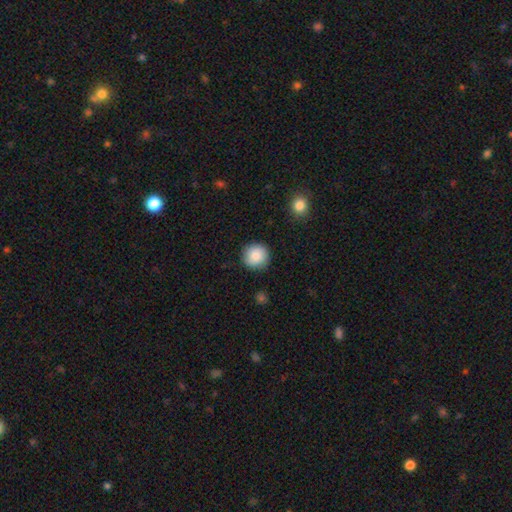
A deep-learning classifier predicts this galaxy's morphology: A smooth galaxy with no disk features (87%) that is round (94%). Merging: none (90%).